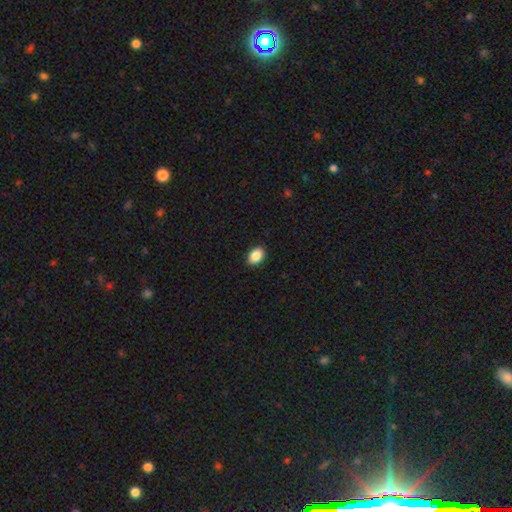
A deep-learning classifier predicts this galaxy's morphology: smooth-or-featured: smooth: 89% | star or artifact: 8% | featured or disk: 4%
  how-rounded: in between: 83% | round: 16% | cigar-shaped: 1%
  merging: none: 89% | minor disturbance: 8% | major disturbance: 2% | merger: 1%